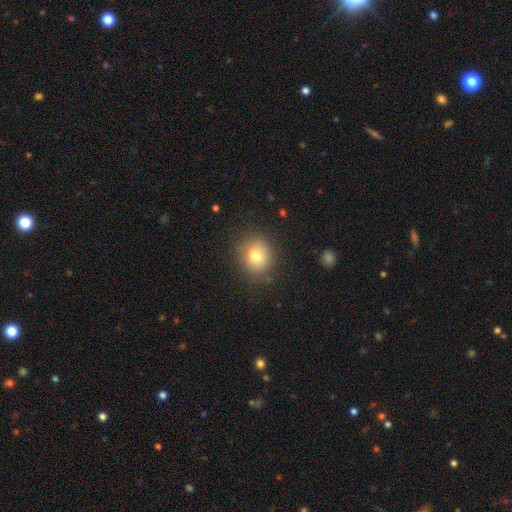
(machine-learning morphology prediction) This appears to be a smooth galaxy with no disk features (76%) that is round (80%). Merging: none (84%).